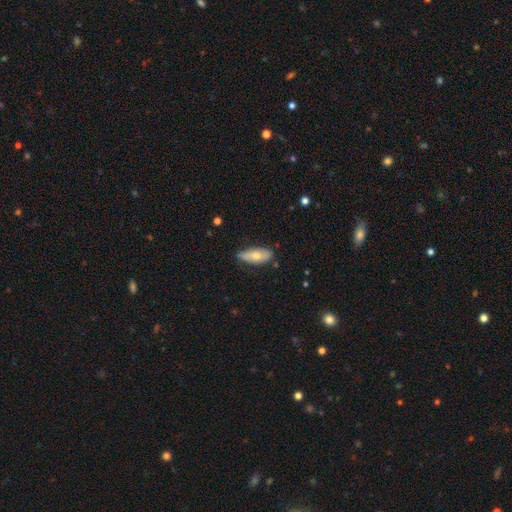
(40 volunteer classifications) smooth 80%, featured or disk 18%, star or artifact 2%. Down the decision tree: how rounded — in between (94%); merging — none (90%).